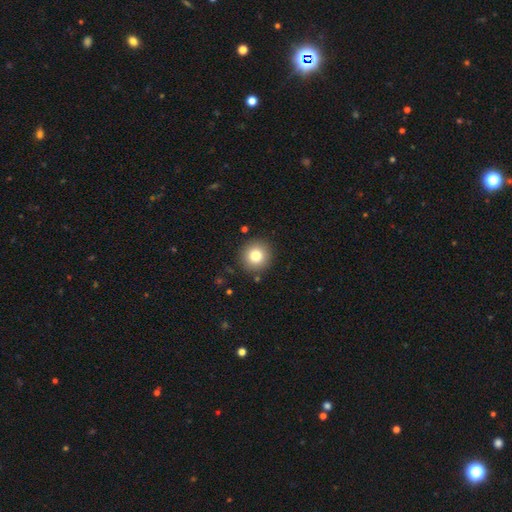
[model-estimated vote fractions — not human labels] Morphology: type=smooth (79%); roundness=round (94%); merging=none (89%).